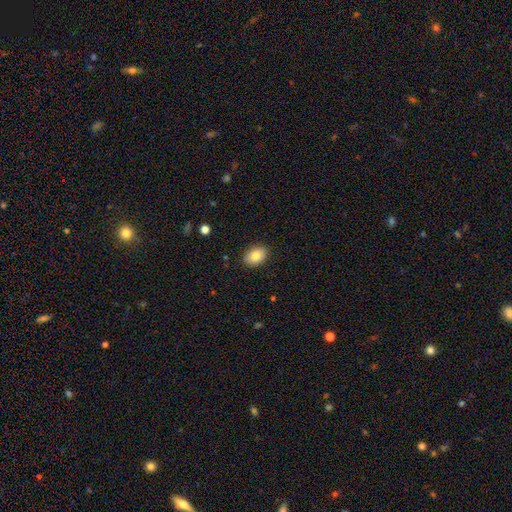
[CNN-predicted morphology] Smooth or featured: smooth — 84% (featured or disk — 8%)
How rounded: in between — 84% (round — 15%)
Merging: none — 88% (minor disturbance — 9%)